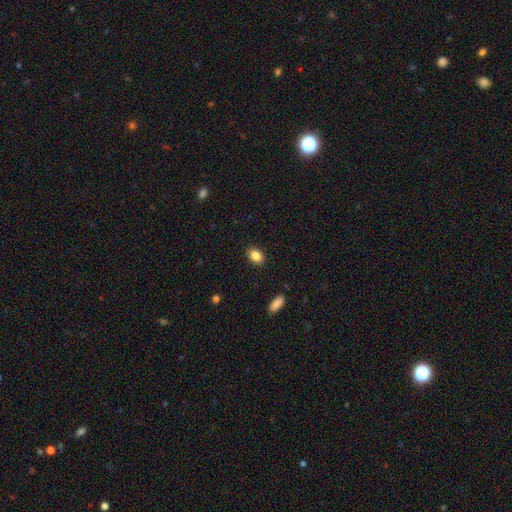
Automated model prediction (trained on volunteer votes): Smooth or featured?
  - smooth: 86% *
  - star or artifact: 9%
  - featured or disk: 6%
How rounded?
  - in between: 82% *
  - round: 17%
  - cigar-shaped: 2%
Merging?
  - none: 89% *
  - minor disturbance: 8%
  - major disturbance: 2%
  - merger: 1%